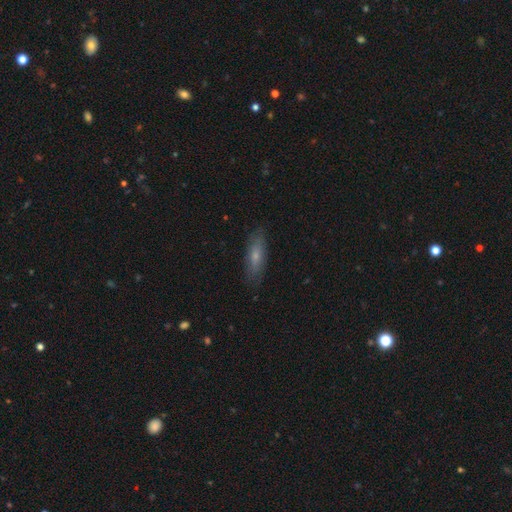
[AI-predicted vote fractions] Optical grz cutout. It shows a smooth galaxy with no disk features (62%) that is in between round and cigar-shaped (53%). Merging: none (82%).